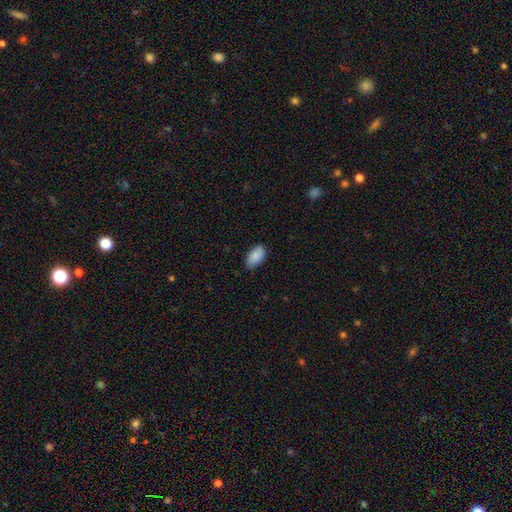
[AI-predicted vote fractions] Morphology: type=smooth (86%); roundness=in between (94%); merging=none (77%).